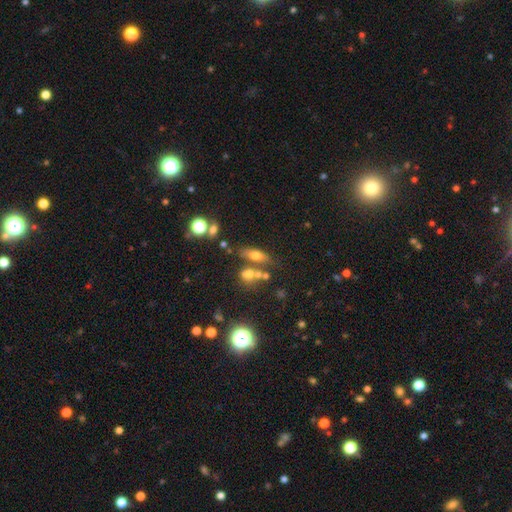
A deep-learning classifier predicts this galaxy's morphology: smooth_or_featured: smooth (p=0.62) [alt: featured or disk p=0.23]
how_rounded: in between (p=0.62) [alt: cigar-shaped p=0.29]
merging: none (p=0.56) [alt: merger p=0.24]